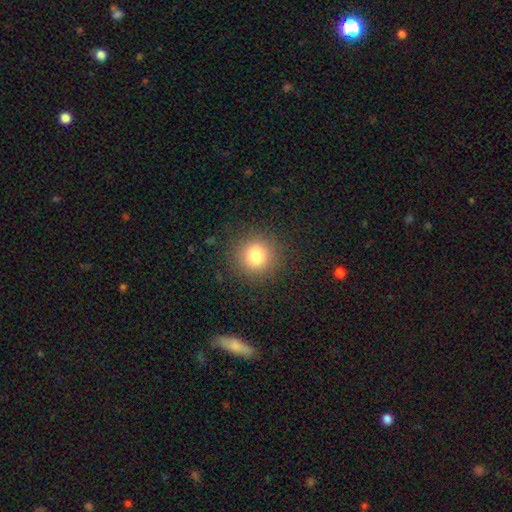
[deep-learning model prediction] Smooth or featured? smooth (83%)
How rounded? round (93%)
Merging? none (89%)